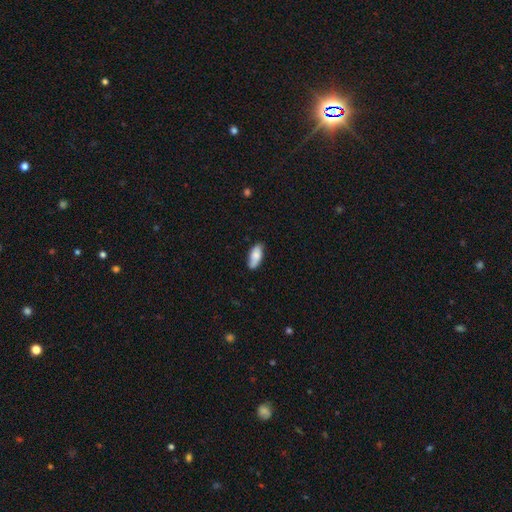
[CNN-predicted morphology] Smooth or featured? smooth (74%)
How rounded? in between (84%)
Merging? none (77%)